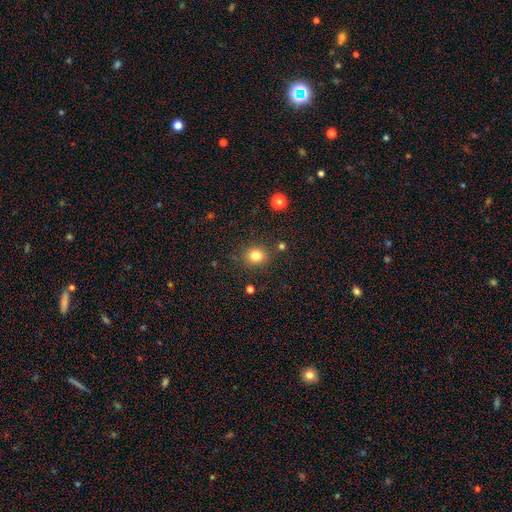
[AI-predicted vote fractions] smooth_or_featured: smooth (p=0.82) [alt: star or artifact p=0.12]
how_rounded: round (p=0.80) [alt: in between p=0.19]
merging: none (p=0.85) [alt: minor disturbance p=0.09]